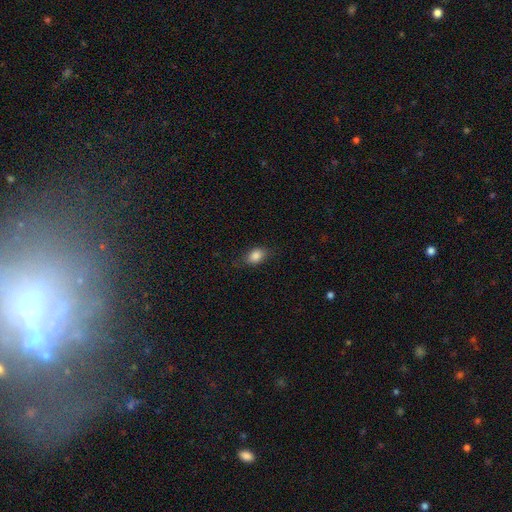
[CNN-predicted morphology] smooth-or-featured: smooth: 85% | star or artifact: 8% | featured or disk: 6%
  how-rounded: in between: 79% | round: 18% | cigar-shaped: 2%
  merging: none: 77% | minor disturbance: 17% | major disturbance: 5% | merger: 1%